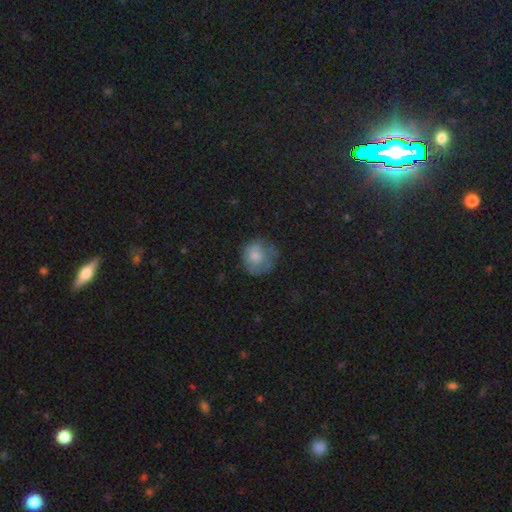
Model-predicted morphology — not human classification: Overall: smooth (58%; featured or disk 32%). How rounded: round (81%). Merging: none (56%; minor disturbance 25%).